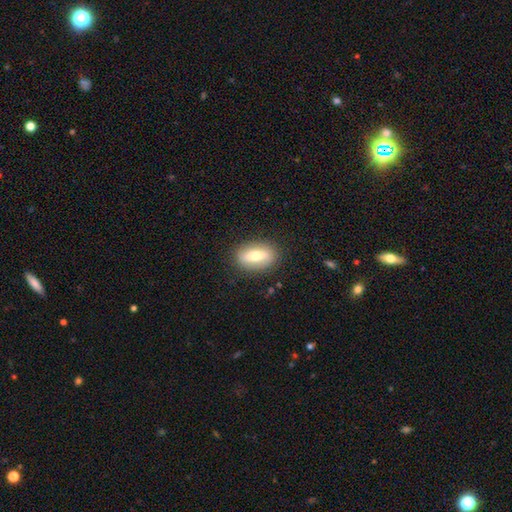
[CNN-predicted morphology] The model was most divided on "smooth or featured": smooth: 63%, featured or disk: 30%, star or artifact: 7%. More confident: merging — none (86%); how rounded — in between (82%).